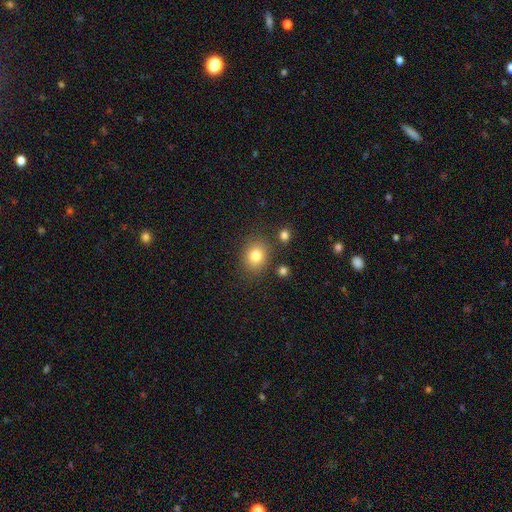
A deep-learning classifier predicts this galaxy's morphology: smooth 80%, star or artifact 11%, featured or disk 8%. Down the decision tree: how rounded — round (65%); merging — none (80%).